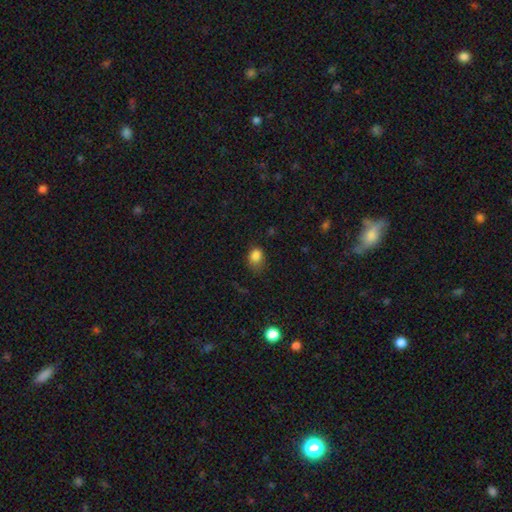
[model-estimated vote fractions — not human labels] A smooth galaxy with no disk features (83%) that is in between round and cigar-shaped (55%).

Vote fractions:
- Smooth or featured? smooth: 83% / star or artifact: 12% / featured or disk: 5%
- How rounded? in between: 55% / round: 44% / cigar-shaped: 1%
- Merging? none: 50% / minor disturbance: 35% / major disturbance: 13% / merger: 3%